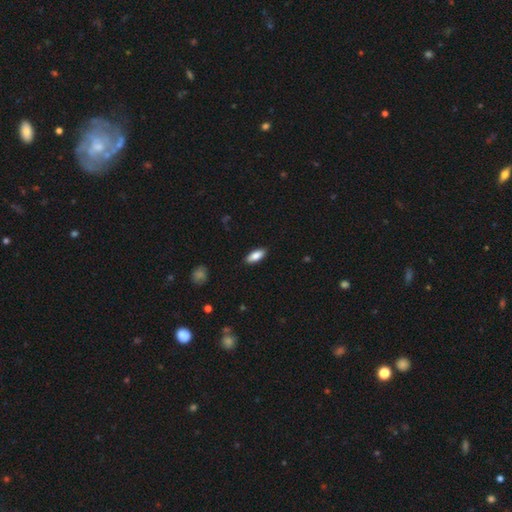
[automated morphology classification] Smooth or featured? Predicted: smooth (p=0.83). How rounded? Predicted: in between (p=0.80). Merging? Predicted: none (p=0.88).